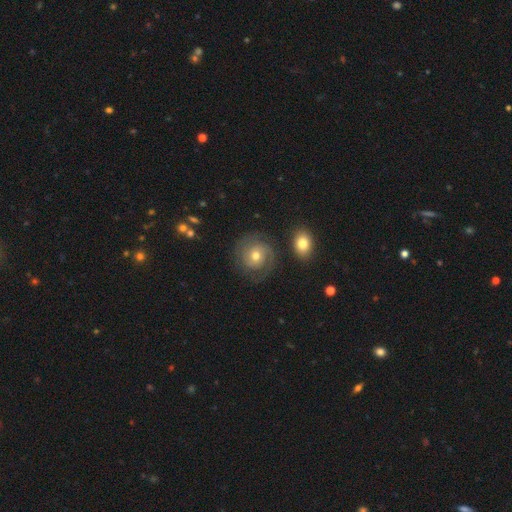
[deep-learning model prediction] smooth-or-featured: featured or disk: 73% | smooth: 19% | star or artifact: 8%
  disk-edge-on: no: 98% | yes: 2%
    bar: no: 74% | weak: 22% | strong: 4%
    has-spiral-arms: yes: 92% | no: 8%
      spiral-winding: tight: 61% | medium: 31% | loose: 8%
      spiral-arm-count: 2: 74% | can't tell: 12% | 3: 6% | 1: 4% | 4: 2% | more than 4: 2%
    bulge-size: moderate: 70% | small: 24% | large: 4% | none: 1% | dominant: 1%
  merging: none: 77% | minor disturbance: 13% | major disturbance: 7% | merger: 3%